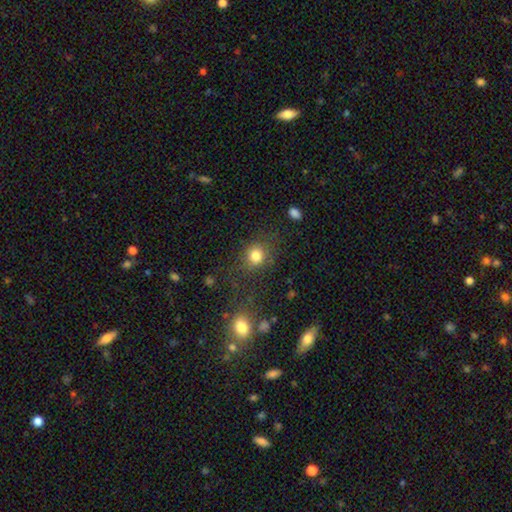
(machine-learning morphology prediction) type=smooth (82%); roundness=round (79%); merging=none (76%).